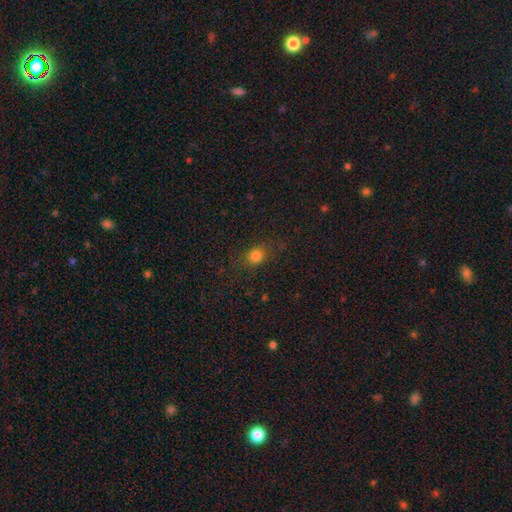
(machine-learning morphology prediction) Smooth or featured? smooth (79%)
How rounded? round (64%)
Merging? none (81%)